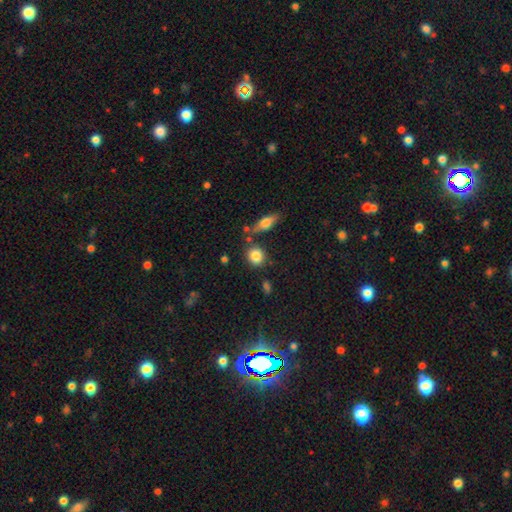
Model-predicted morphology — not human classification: A smooth galaxy with no disk features (84%) that is round (67%).

Vote fractions:
- Smooth or featured? smooth: 84% / star or artifact: 9% / featured or disk: 8%
- How rounded? round: 67% / in between: 31% / cigar-shaped: 2%
- Merging? none: 75% / minor disturbance: 12% / merger: 9% / major disturbance: 4%